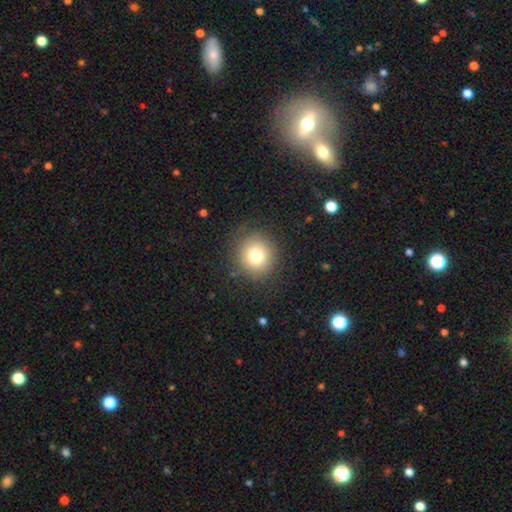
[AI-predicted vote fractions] smooth_or_featured: smooth (p=0.76) [alt: star or artifact p=0.13]
how_rounded: round (p=0.91) [alt: in between p=0.08]
merging: none (p=0.85) [alt: minor disturbance p=0.09]